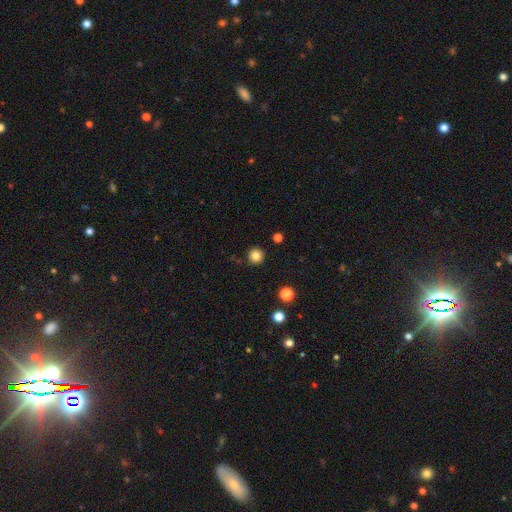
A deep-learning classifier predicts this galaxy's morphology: Q: Smooth or featured?
A: smooth (83%); runner-up: star or artifact (12%)
Q: How rounded?
A: round (93%); runner-up: in between (6%)
Q: Merging?
A: none (89%); runner-up: minor disturbance (8%)